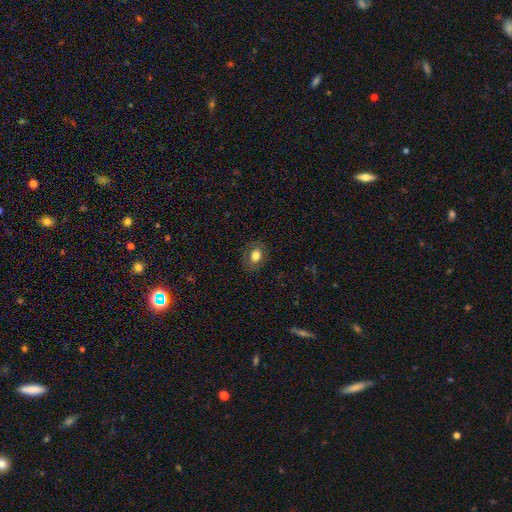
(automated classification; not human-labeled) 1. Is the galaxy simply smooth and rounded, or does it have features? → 77% smooth, 14% featured or disk, 9% star or artifact.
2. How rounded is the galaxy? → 64% in between, 35% round, 1% cigar-shaped.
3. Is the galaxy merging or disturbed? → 83% none, 12% minor disturbance, 4% major disturbance, 1% merger.